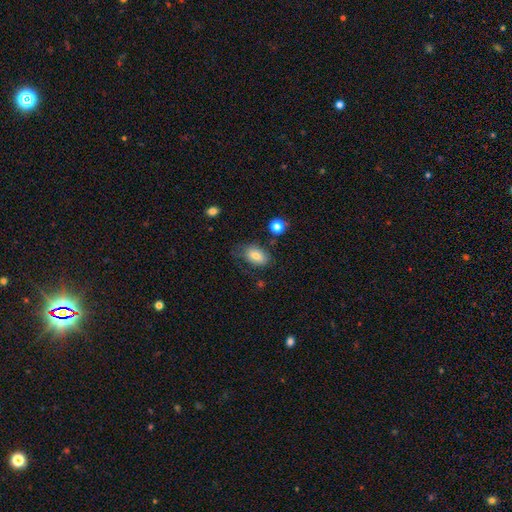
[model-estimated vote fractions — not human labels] A smooth galaxy with no disk features (77%) that is in between round and cigar-shaped (88%). Merging: none (61%).